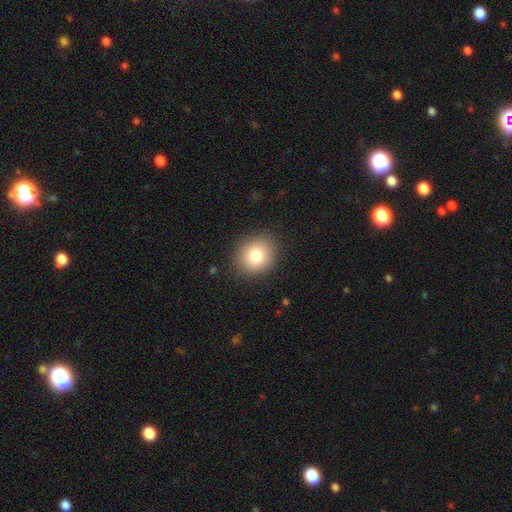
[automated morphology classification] Smooth or featured? Predicted: smooth (p=0.81). How rounded? Predicted: round (p=0.76). Merging? Predicted: none (p=0.88).